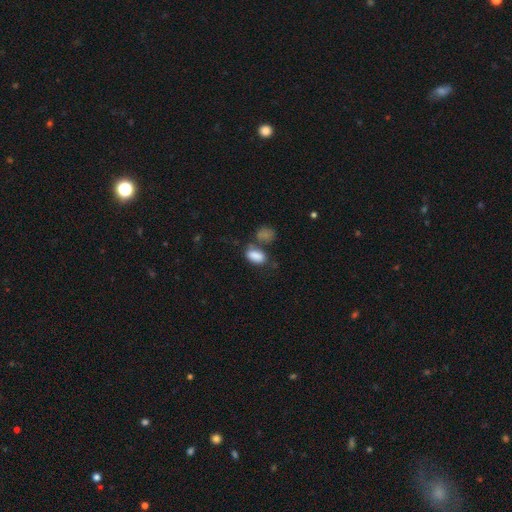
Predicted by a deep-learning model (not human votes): Q: Smooth or featured?
A: smooth (84%); runner-up: star or artifact (9%)
Q: How rounded?
A: in between (91%); runner-up: round (6%)
Q: Merging?
A: none (42%); runner-up: merger (31%)